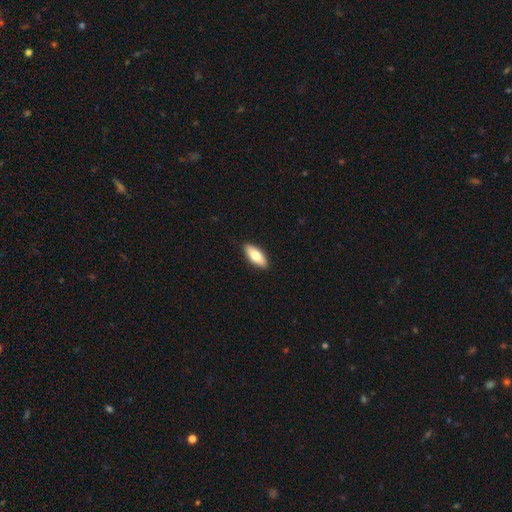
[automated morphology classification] type=smooth (75%); roundness=in between (80%); merging=none (91%).